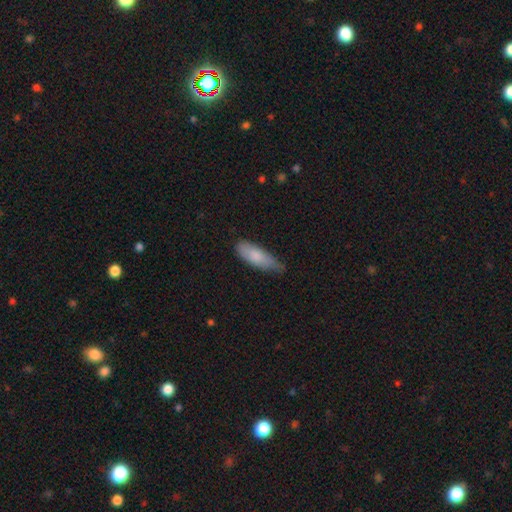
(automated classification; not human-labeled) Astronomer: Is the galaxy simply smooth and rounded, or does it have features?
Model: smooth — 81%.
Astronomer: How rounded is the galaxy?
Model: in between — 62%.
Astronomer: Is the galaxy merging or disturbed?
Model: none — 53% (runner-up: minor disturbance, 39%).